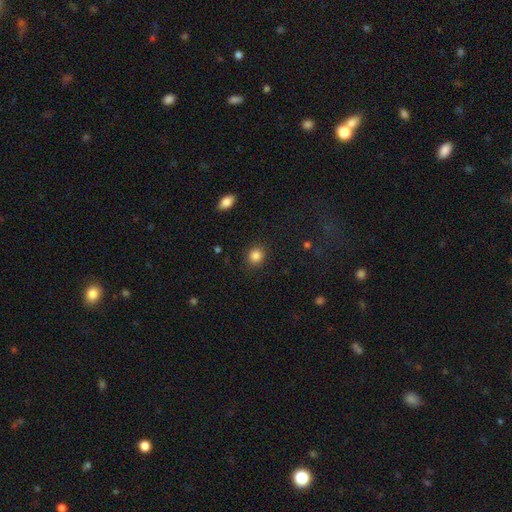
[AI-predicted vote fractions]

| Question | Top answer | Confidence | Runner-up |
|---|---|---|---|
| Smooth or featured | smooth | 85% | star or artifact (10%) |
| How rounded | round | 80% | in between (19%) |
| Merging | none | 88% | minor disturbance (8%) |